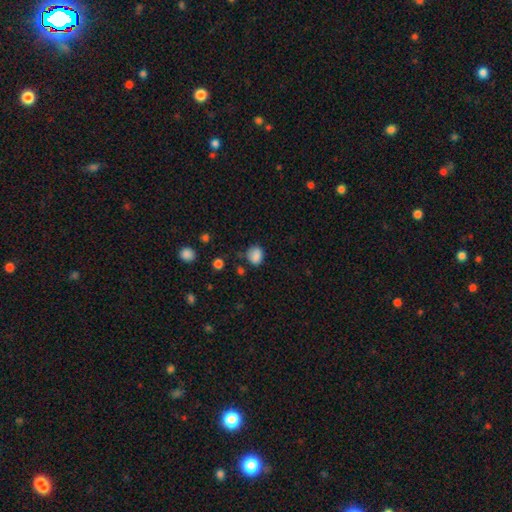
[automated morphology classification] smooth_or_featured: smooth (p=0.84) [alt: star or artifact p=0.10]
how_rounded: in between (p=0.51) [alt: round p=0.48]
merging: none (p=0.64) [alt: minor disturbance p=0.25]